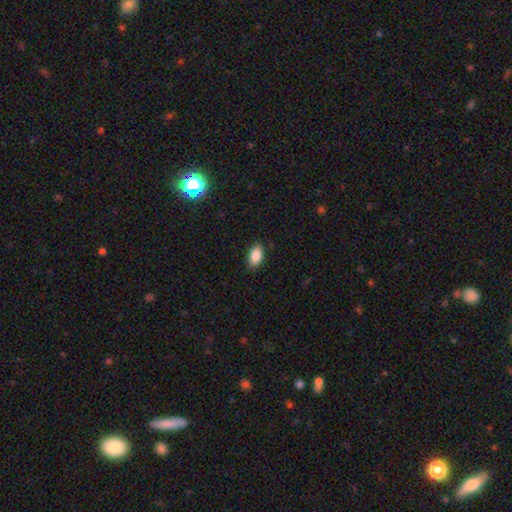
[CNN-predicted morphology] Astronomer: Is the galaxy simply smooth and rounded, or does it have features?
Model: smooth — 89%.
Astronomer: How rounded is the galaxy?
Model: in between — 93%.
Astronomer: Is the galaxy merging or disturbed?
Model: none — 86%.